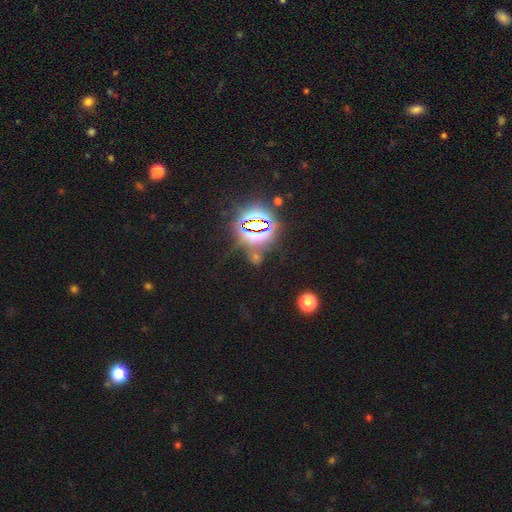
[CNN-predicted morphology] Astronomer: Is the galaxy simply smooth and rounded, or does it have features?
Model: star or artifact — 79%.